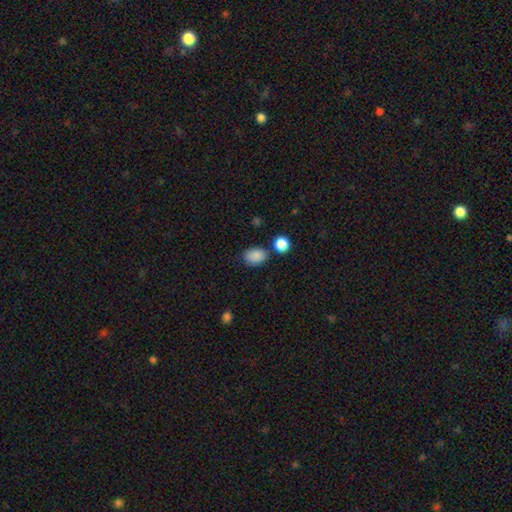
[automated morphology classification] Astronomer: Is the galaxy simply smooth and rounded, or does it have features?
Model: smooth — 87%.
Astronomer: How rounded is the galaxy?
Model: in between — 74%.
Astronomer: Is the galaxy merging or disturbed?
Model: none — 75%.